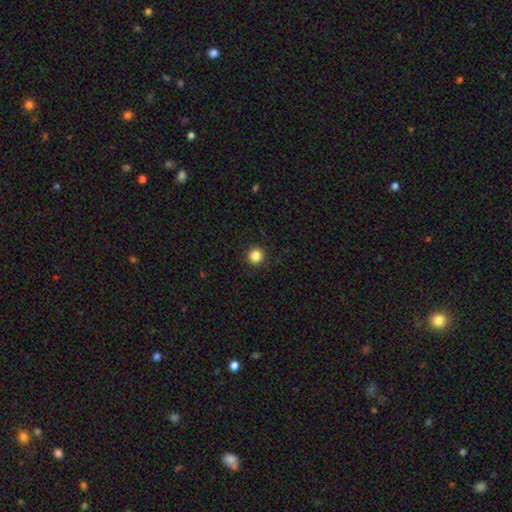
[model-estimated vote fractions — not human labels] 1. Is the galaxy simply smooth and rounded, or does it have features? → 85% smooth, 11% star or artifact, 4% featured or disk.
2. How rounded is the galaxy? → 96% round, 3% in between, 1% cigar-shaped.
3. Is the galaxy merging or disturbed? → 93% none, 5% minor disturbance, 2% major disturbance, 1% merger.